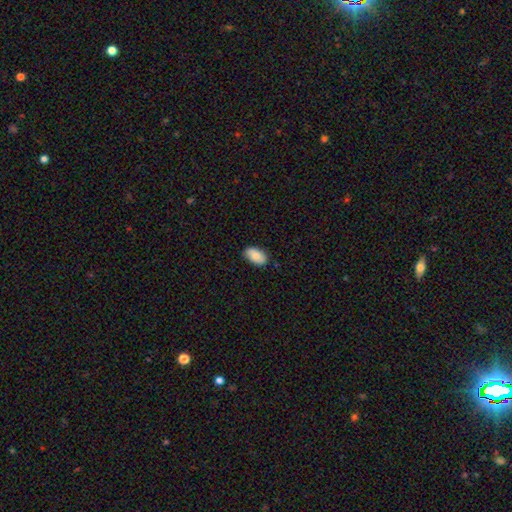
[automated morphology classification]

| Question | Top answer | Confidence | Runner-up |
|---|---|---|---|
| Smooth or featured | smooth | 86% | featured or disk (8%) |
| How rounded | in between | 94% | round (5%) |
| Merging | none | 85% | minor disturbance (12%) |